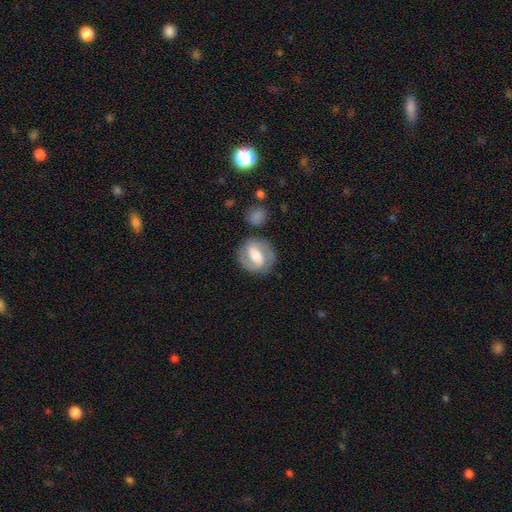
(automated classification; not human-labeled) Smooth or featured: featured or disk — 71% (smooth — 24%)
Edge-on disk: no — 96% (yes — 4%)
Bar: strong — 48% (weak — 39%)
Spiral arms: yes — 83% (no — 17%)
Spiral winding: medium — 47% (tight — 38%)
Spiral arm count: 2 — 86% (can't tell — 7%)
Bulge size: moderate — 61% (large — 20%)
Merging: none — 80% (minor disturbance — 12%)